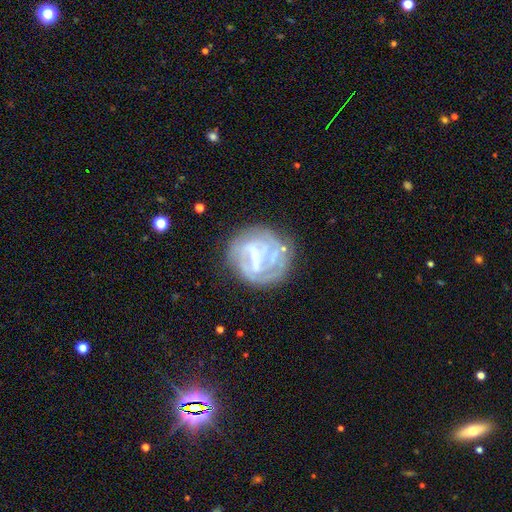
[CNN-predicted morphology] smooth_or_featured: featured or disk (p=0.75) [alt: smooth p=0.17]
disk_edge_on: no (p=0.96) [alt: yes p=0.04]
bar: strong (p=0.54) [alt: weak p=0.32]
has_spiral_arms: yes (p=0.63) [alt: no p=0.37]
bulge_size: small (p=0.33) [alt: moderate p=0.32]
merging: none (p=0.63) [alt: minor disturbance p=0.19]